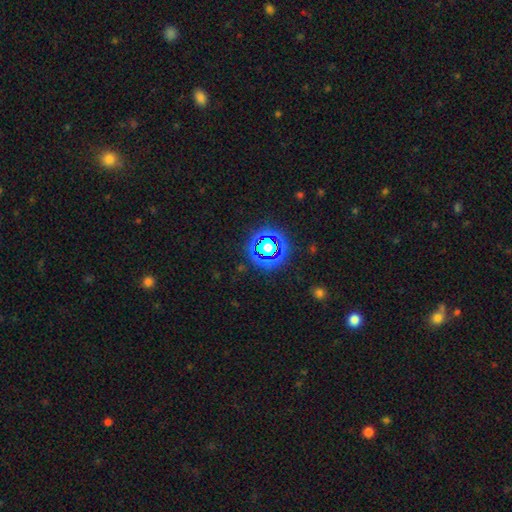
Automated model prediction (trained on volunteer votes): smooth_or_featured: star or artifact (p=0.73) [alt: smooth p=0.19]